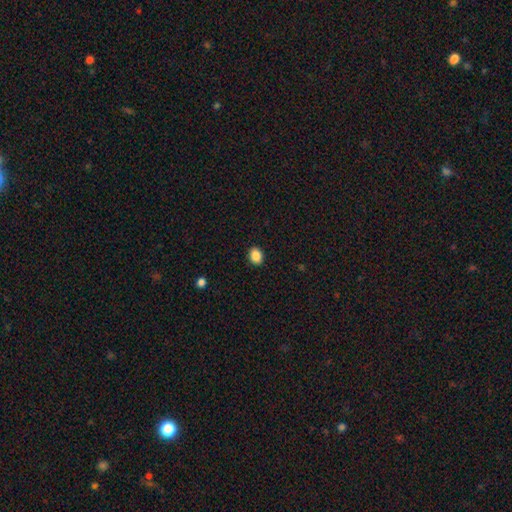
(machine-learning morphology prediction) smooth 88%, star or artifact 9%, featured or disk 3%. Down the decision tree: how rounded — in between (59%); merging — none (90%).